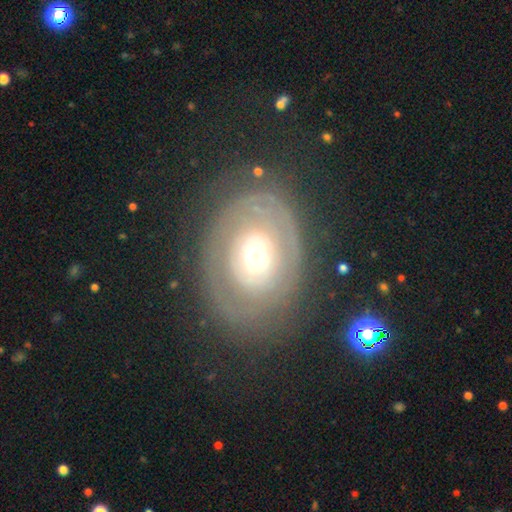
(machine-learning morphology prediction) A featured or disk galaxy (67%) with no bar (87%), no spiral arms (57%) and a moderate central bulge (60%).

Vote fractions:
- Smooth or featured? featured or disk: 67% / smooth: 26% / star or artifact: 8%
- Edge-on disk? no: 94% / yes: 6%
- Bar? no: 87% / weak: 10% / strong: 4%
- Spiral arms? no: 57% / yes: 43%
- Bulge size? moderate: 60% / small: 25% / large: 11% / dominant: 2% / none: 1%
- Merging? none: 72% / minor disturbance: 16% / major disturbance: 11% / merger: 2%